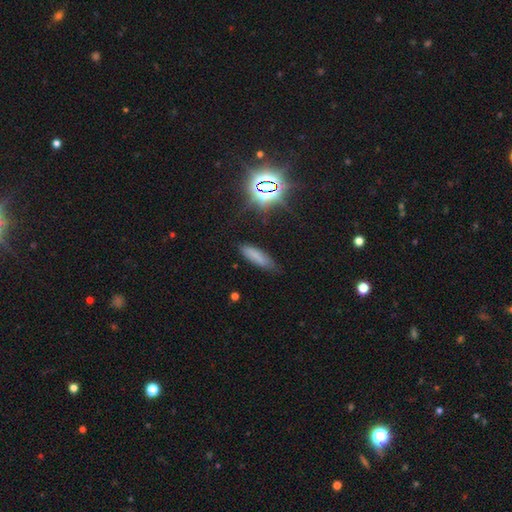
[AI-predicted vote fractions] This appears to be a smooth galaxy with no disk features (67%) that is cigar-shaped (55%). Merging: none (77%).